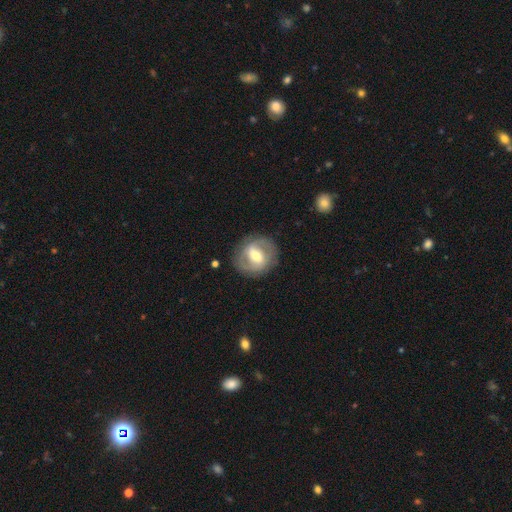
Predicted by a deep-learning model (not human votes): This appears to be a featured or disk galaxy (68%) with a strong bar (44%), spiral arms (68%) and a moderate central bulge (64%). Merging: none (81%).